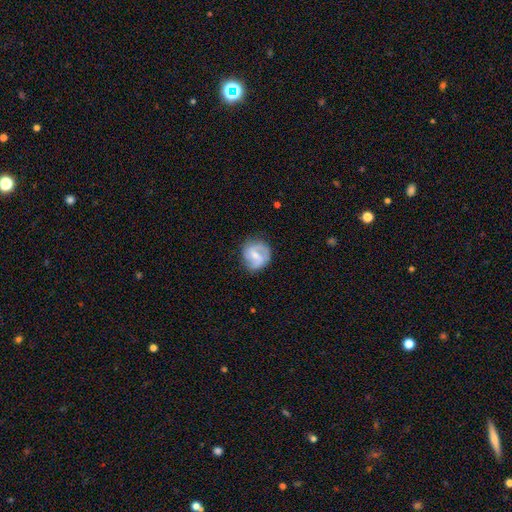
Q: Smooth or featured?
A: featured or disk (87%); runner-up: smooth (8%)
Q: Edge-on disk?
A: no (100%)
Q: Bar?
A: weak (53%); runner-up: strong (29%)
Q: Spiral arms?
A: yes (82%); runner-up: no (18%)
Q: Spiral winding?
A: loose (46%); runner-up: medium (32%)
Q: Spiral arm count?
A: 2 (86%); runner-up: can't tell (11%)
Q: Bulge size?
A: small (47%); runner-up: moderate (41%)
Q: Merging?
A: none (81%); runner-up: minor disturbance (16%)